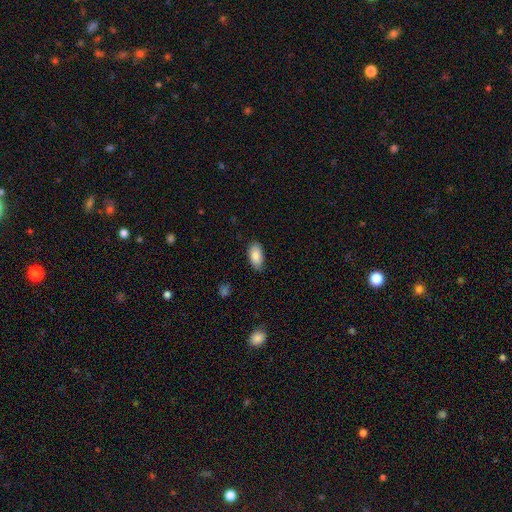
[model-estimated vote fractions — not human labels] Smooth or featured?
  - smooth: 87% *
  - star or artifact: 7%
  - featured or disk: 6%
How rounded?
  - in between: 94% *
  - cigar-shaped: 3%
  - round: 3%
Merging?
  - none: 75% *
  - minor disturbance: 21%
  - major disturbance: 3%
  - merger: 1%